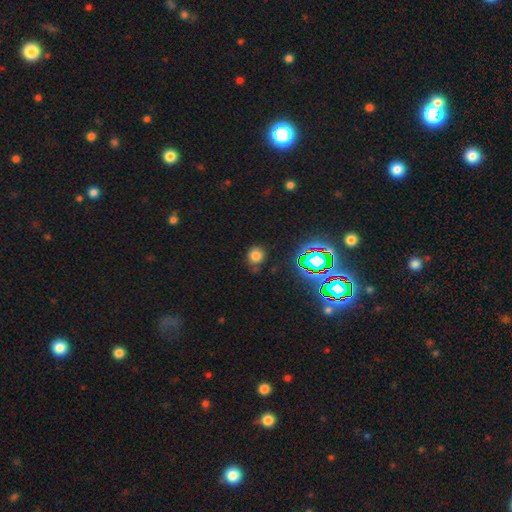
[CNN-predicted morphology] Smooth or featured? Predicted: smooth (p=0.70). How rounded? Predicted: round (p=0.79). Merging? Predicted: none (p=0.71).